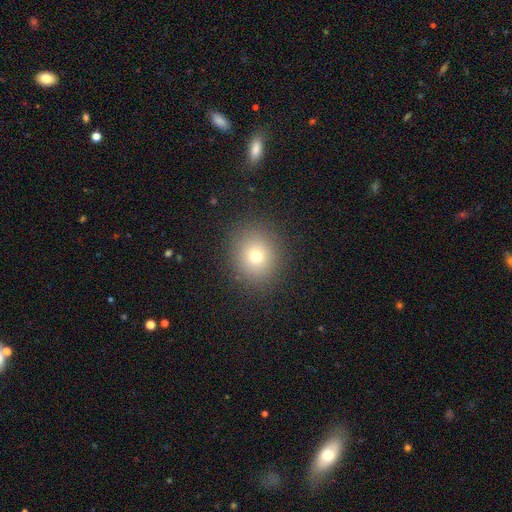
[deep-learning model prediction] The model was most divided on "smooth or featured": smooth: 72%, star or artifact: 16%, featured or disk: 12%. More confident: merging — none (88%); how rounded — round (78%).